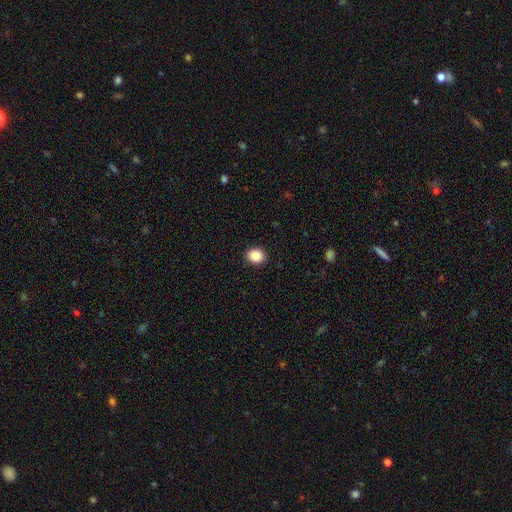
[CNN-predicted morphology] smooth-or-featured: smooth: 88% | star or artifact: 9% | featured or disk: 3%
  how-rounded: round: 62% | in between: 37% | cigar-shaped: 1%
  merging: none: 92% | minor disturbance: 6% | major disturbance: 2% | merger: 1%